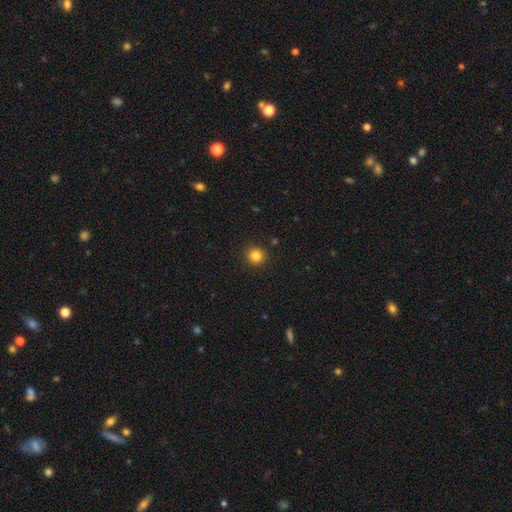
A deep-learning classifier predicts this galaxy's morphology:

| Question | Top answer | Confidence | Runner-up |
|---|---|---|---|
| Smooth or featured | smooth | 83% | star or artifact (12%) |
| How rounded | round | 93% | in between (6%) |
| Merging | none | 92% | minor disturbance (5%) |